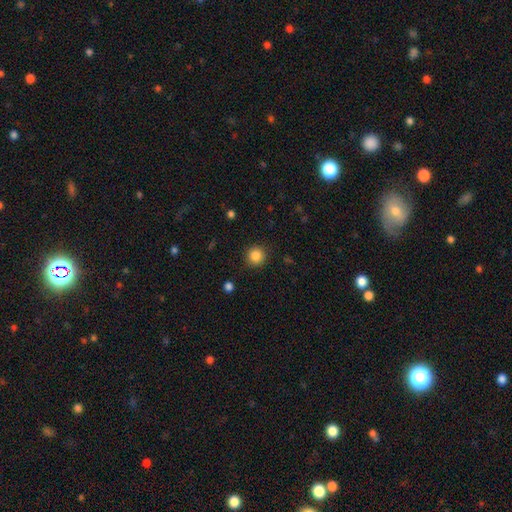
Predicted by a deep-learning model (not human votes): Morphology: type=smooth (86%); roundness=round (94%); merging=none (90%).